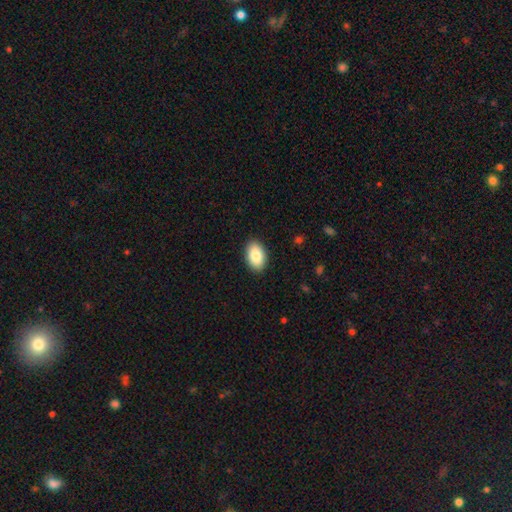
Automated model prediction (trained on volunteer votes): smooth-or-featured: smooth: 86% | featured or disk: 8% | star or artifact: 7%
  how-rounded: in between: 92% | round: 6% | cigar-shaped: 1%
  merging: none: 90% | minor disturbance: 7% | major disturbance: 2% | merger: 1%